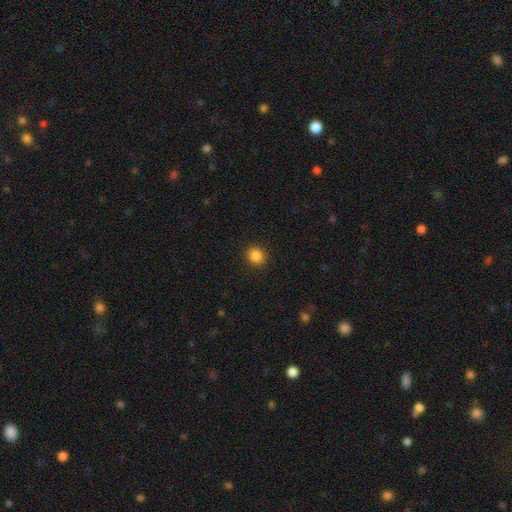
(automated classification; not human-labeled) Q: Smooth or featured?
A: smooth (86%); runner-up: star or artifact (11%)
Q: How rounded?
A: round (79%); runner-up: in between (20%)
Q: Merging?
A: none (91%); runner-up: minor disturbance (6%)